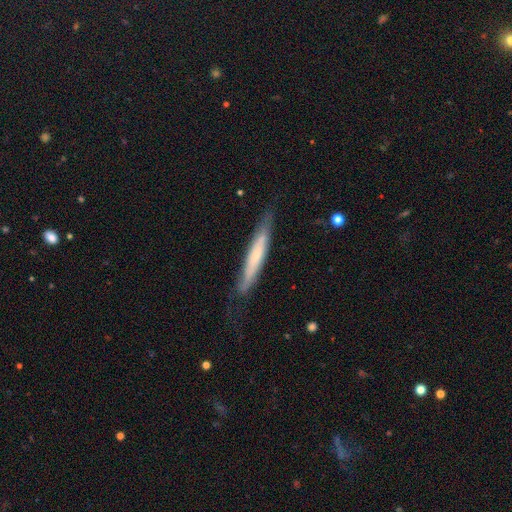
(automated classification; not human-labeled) Smooth or featured: smooth — 48% (featured or disk — 45%)
Merging: none — 72% (minor disturbance — 21%)